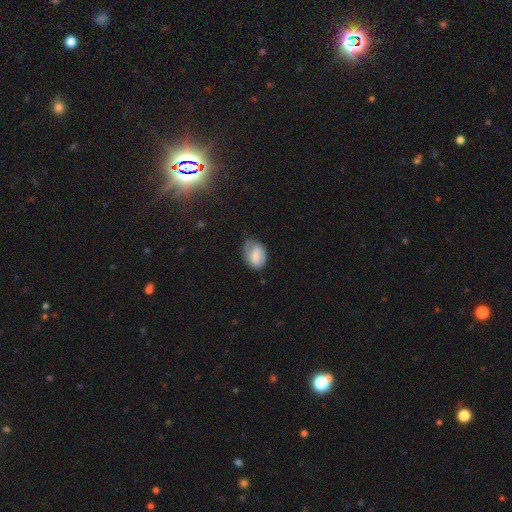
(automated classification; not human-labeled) The model was most divided on "merging": none: 51%, minor disturbance: 36%, major disturbance: 12%, merger: 2%. More confident: how rounded — in between (78%); smooth or featured — smooth (64%).